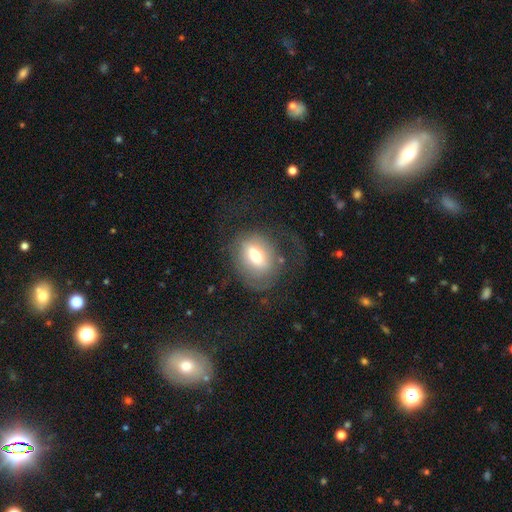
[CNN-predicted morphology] smooth_or_featured: smooth (p=0.55) [alt: featured or disk p=0.37]
how_rounded: in between (p=0.67) [alt: round p=0.32]
merging: none (p=0.43) [alt: major disturbance p=0.35]